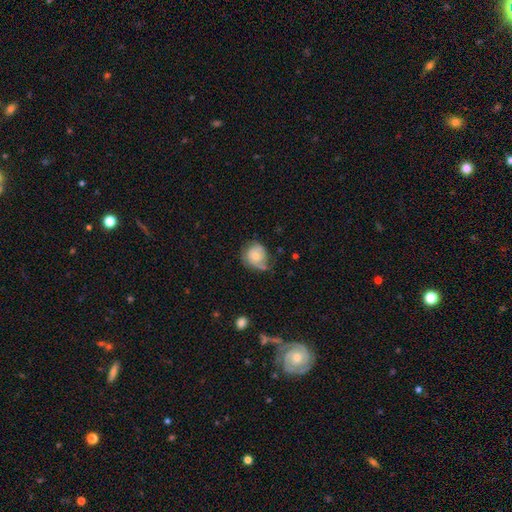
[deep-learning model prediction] This appears to be a smooth galaxy with no disk features (60%) that is round (73%). Merging: none (44%).